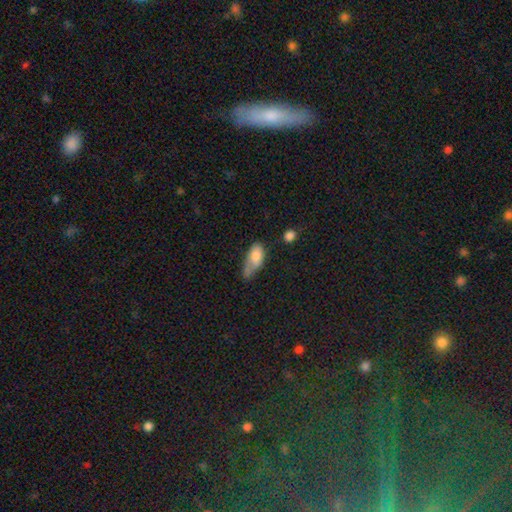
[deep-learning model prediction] A smooth galaxy with no disk features (75%) that is in between round and cigar-shaped (83%). Merging: minor disturbance (37%).